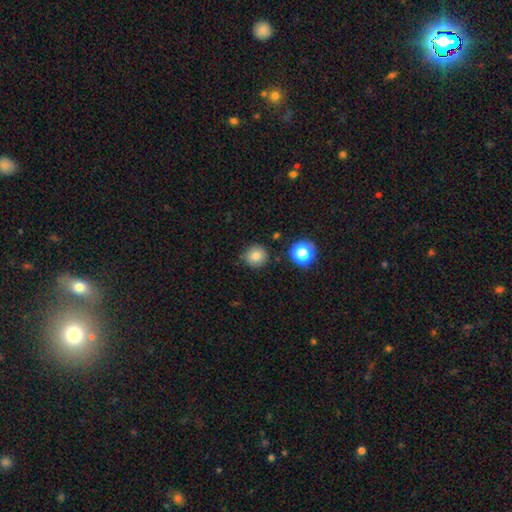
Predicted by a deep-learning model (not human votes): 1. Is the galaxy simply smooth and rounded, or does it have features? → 80% smooth, 13% star or artifact, 7% featured or disk.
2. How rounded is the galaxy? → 91% round, 8% in between, 1% cigar-shaped.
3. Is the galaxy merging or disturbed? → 85% none, 10% minor disturbance, 3% merger, 2% major disturbance.